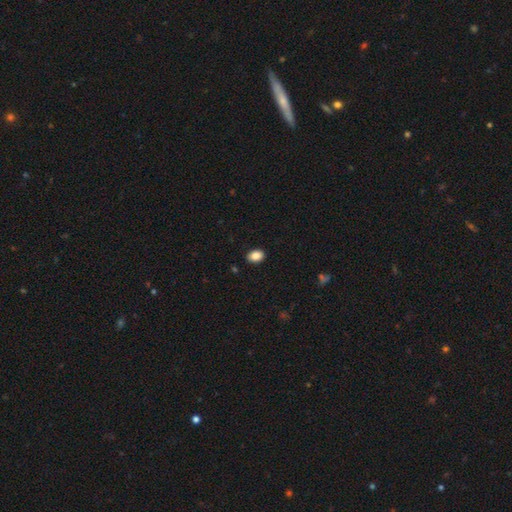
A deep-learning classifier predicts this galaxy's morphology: type=smooth (87%); roundness=in between (78%); merging=none (90%).